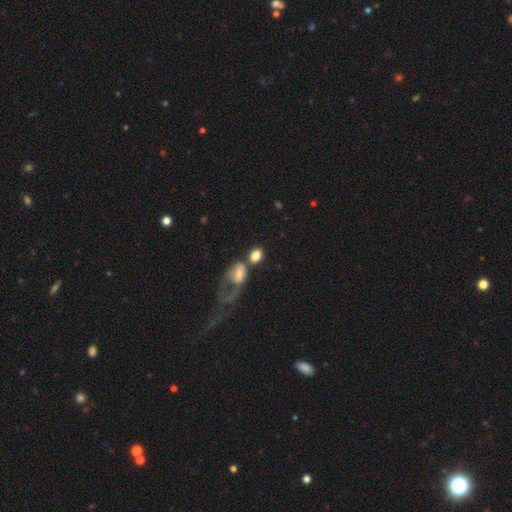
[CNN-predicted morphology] A smooth galaxy with no disk features (78%) that is in between round and cigar-shaped (75%).

Vote fractions:
- Smooth or featured? smooth: 78% / featured or disk: 14% / star or artifact: 8%
- How rounded? in between: 75% / round: 23% / cigar-shaped: 2%
- Merging? merger: 39% / none: 36% / major disturbance: 13% / minor disturbance: 12%